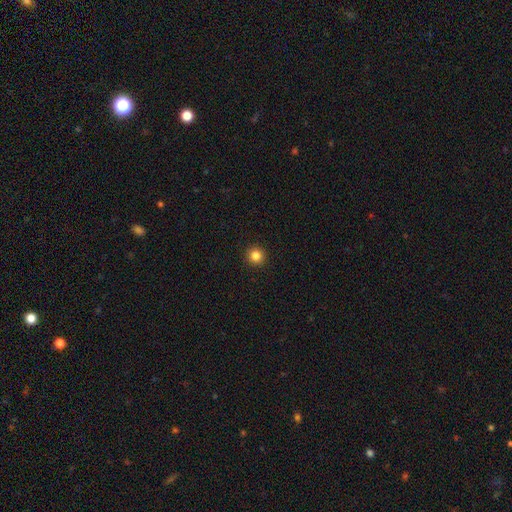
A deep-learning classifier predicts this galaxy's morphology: This appears to be a smooth galaxy with no disk features (84%) that is round (96%). Merging: none (94%).